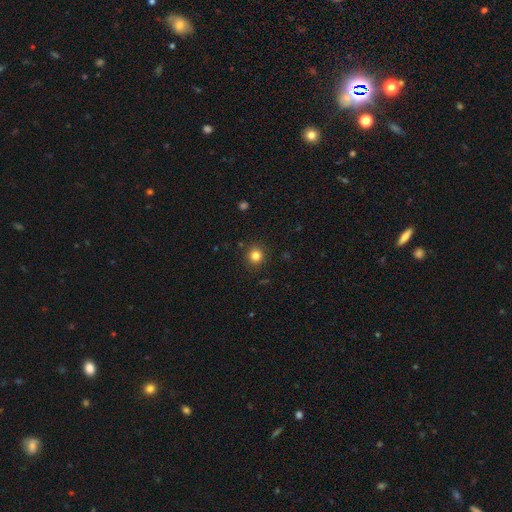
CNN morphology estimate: A smooth galaxy with no disk features (82%) that is round (90%). Merging: none (90%).